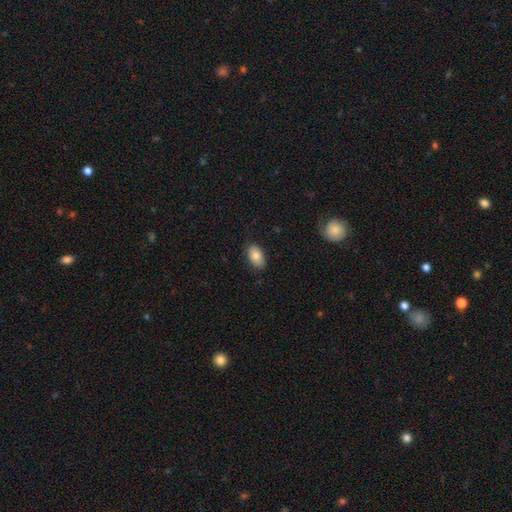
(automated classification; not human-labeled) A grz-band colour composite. It shows a smooth galaxy with no disk features (84%) that is in between round and cigar-shaped (92%). Merging: none (85%).